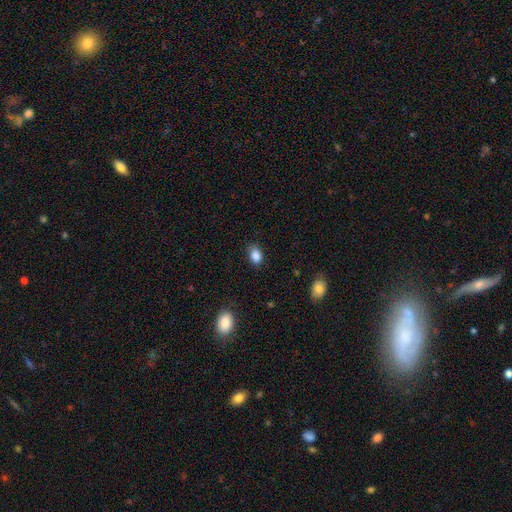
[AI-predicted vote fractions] smooth 87%, star or artifact 9%, featured or disk 4%. Down the decision tree: how rounded — in between (80%); merging — none (78%).